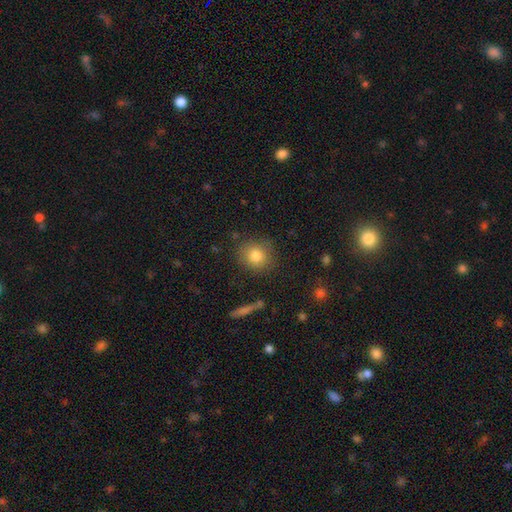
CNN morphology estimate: Smooth or featured? smooth (81%)
How rounded? round (84%)
Merging? none (84%)